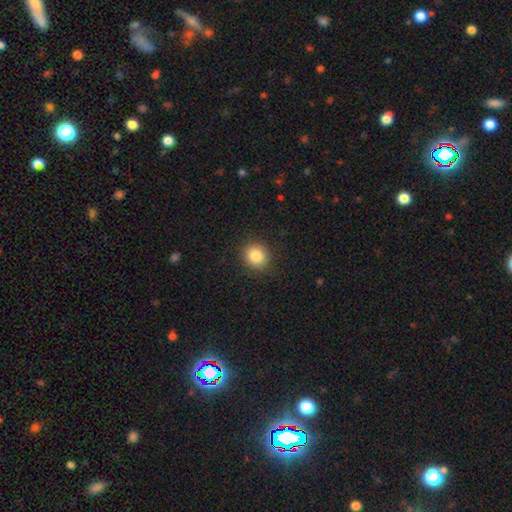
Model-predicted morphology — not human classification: The model was most divided on "how rounded": round: 82%, in between: 17%, cigar-shaped: 1%. More confident: merging — none (89%); smooth or featured — smooth (85%).